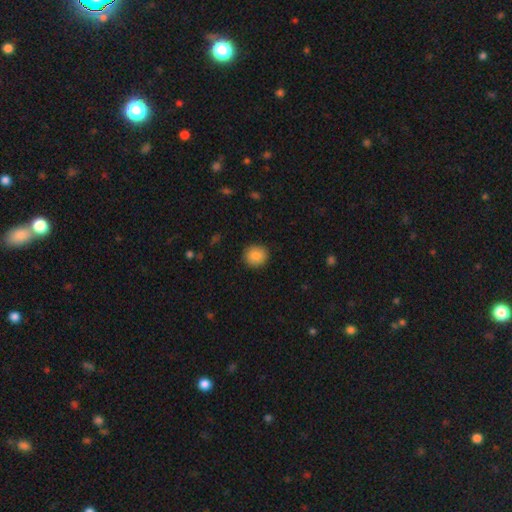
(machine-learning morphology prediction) Overall: smooth (86%). How rounded: round (87%). Merging: none (90%).